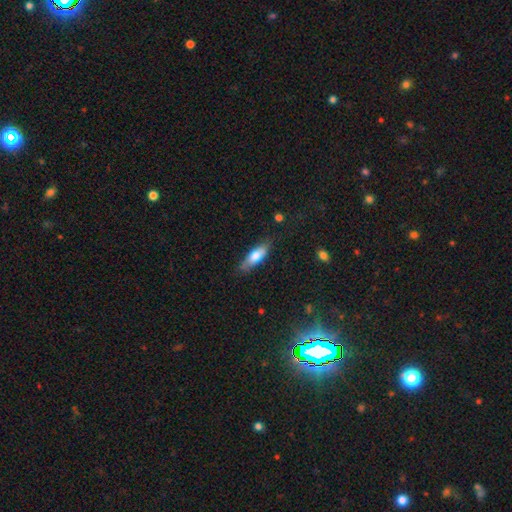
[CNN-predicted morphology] This appears to be a smooth galaxy with no disk features (69%) that is in between round and cigar-shaped (52%). Merging: none (78%).